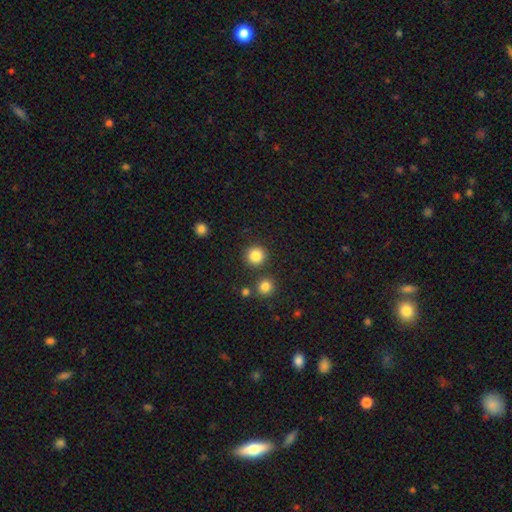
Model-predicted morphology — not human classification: Smooth or featured? smooth (85%)
How rounded? round (94%)
Merging? none (88%)